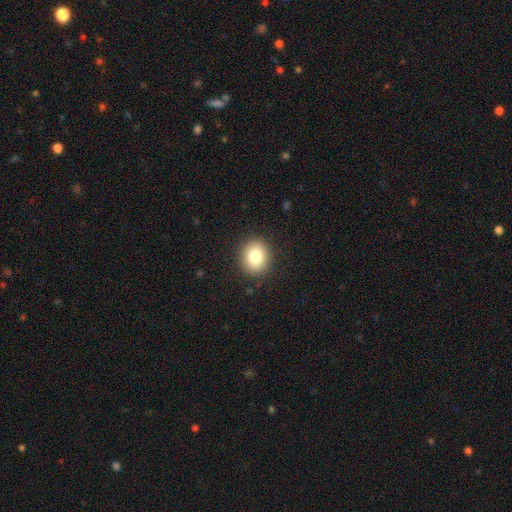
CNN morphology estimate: smooth_or_featured: smooth (p=0.83) [alt: star or artifact p=0.09]
how_rounded: round (p=0.60) [alt: in between p=0.39]
merging: none (p=0.89) [alt: minor disturbance p=0.07]